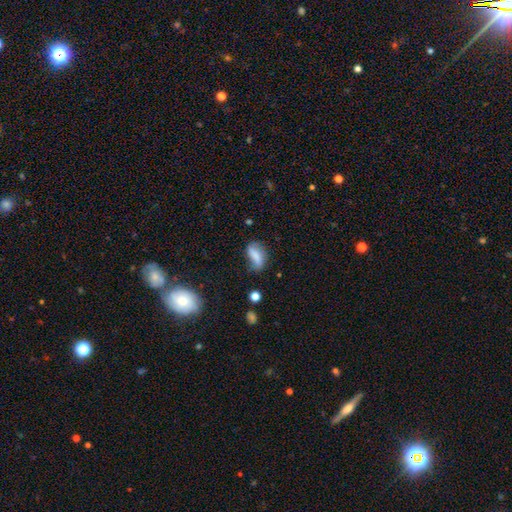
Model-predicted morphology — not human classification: Q: Smooth or featured?
A: smooth (62%); runner-up: featured or disk (28%)
Q: How rounded?
A: in between (78%); runner-up: cigar-shaped (15%)
Q: Merging?
A: none (49%); runner-up: minor disturbance (32%)